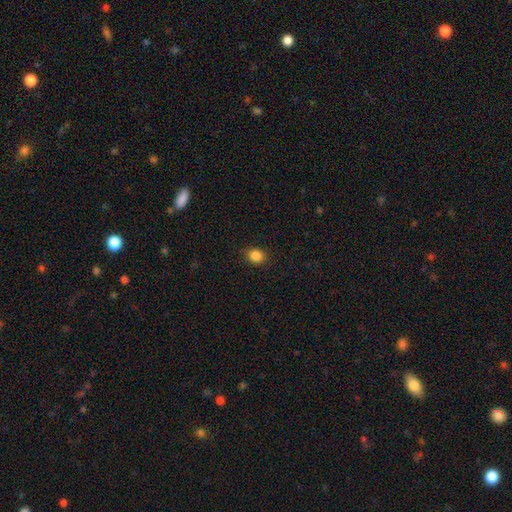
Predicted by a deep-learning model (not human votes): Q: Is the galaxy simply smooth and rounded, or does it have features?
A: smooth — 85%.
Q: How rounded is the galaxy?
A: round — 65%.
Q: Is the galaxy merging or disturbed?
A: none — 89%.